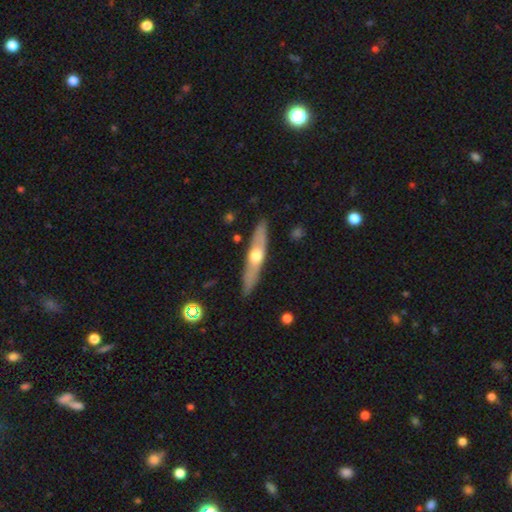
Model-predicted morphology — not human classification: A featured or disk galaxy (59%) viewed edge-on (89%) with a rounded central bulge (91%).

Vote fractions:
- Smooth or featured? featured or disk: 59% / smooth: 35% / star or artifact: 5%
- Edge-on disk? yes: 89% / no: 11%
- Edge-on bulge? rounded: 91% / none: 7% / boxy: 2%
- Merging? none: 88% / minor disturbance: 9% / major disturbance: 2% / merger: 1%